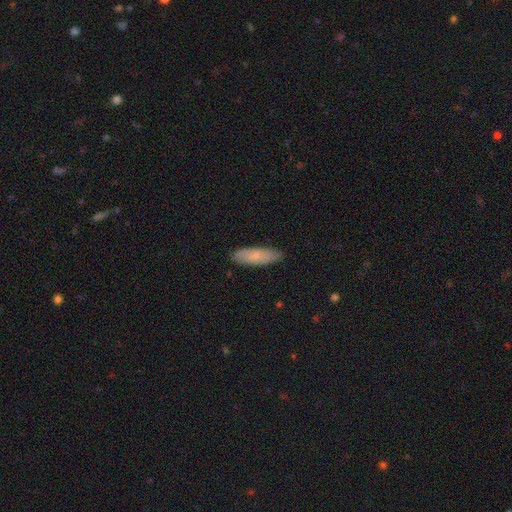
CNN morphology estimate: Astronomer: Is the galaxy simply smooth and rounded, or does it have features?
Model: smooth — 74%.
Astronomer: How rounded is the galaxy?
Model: in between — 51% (runner-up: cigar-shaped, 48%).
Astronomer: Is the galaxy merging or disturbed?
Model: none — 86%.